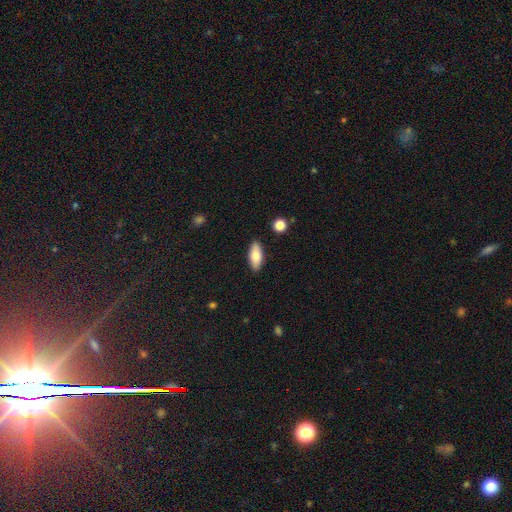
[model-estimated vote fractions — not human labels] Smooth or featured?
  - smooth: 81% *
  - featured or disk: 12%
  - star or artifact: 6%
How rounded?
  - in between: 83% *
  - cigar-shaped: 15%
  - round: 2%
Merging?
  - none: 88% *
  - minor disturbance: 9%
  - major disturbance: 2%
  - merger: 2%